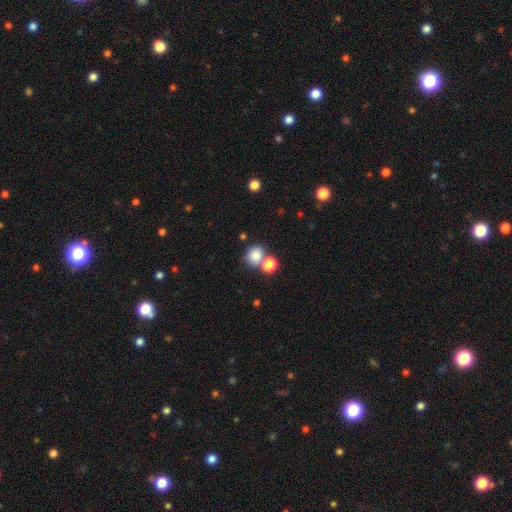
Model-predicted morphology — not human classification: type=smooth (81%); roundness=round (74%); merging=none (53%).